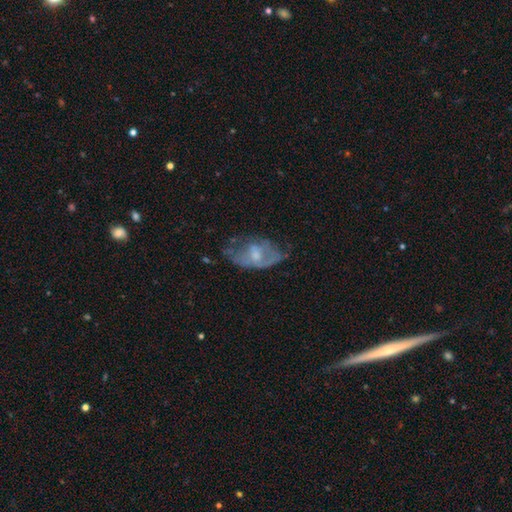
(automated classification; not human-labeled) featured or disk 60%, smooth 30%, star or artifact 10%. Down the decision tree: edge-on disk — no (94%); bar — no (69%); spiral arms — no (54%); bulge size — small (45%); merging — none (44%).